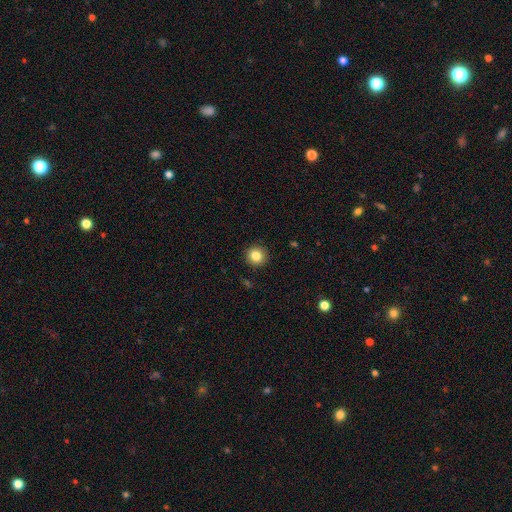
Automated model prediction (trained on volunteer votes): smooth 84%, star or artifact 10%, featured or disk 6%. Down the decision tree: how rounded — round (93%); merging — none (92%).